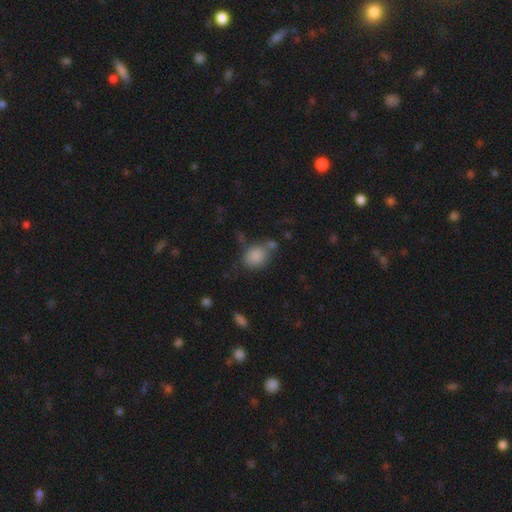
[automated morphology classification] A smooth galaxy with no disk features (84%) that is in between round and cigar-shaped (50%). Merging: none (54%).